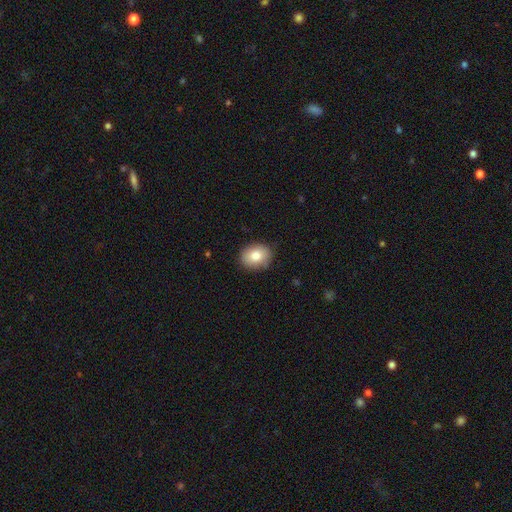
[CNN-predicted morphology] Q: Smooth or featured?
A: smooth (81%); runner-up: featured or disk (11%)
Q: How rounded?
A: in between (52%); runner-up: round (47%)
Q: Merging?
A: none (85%); runner-up: minor disturbance (11%)